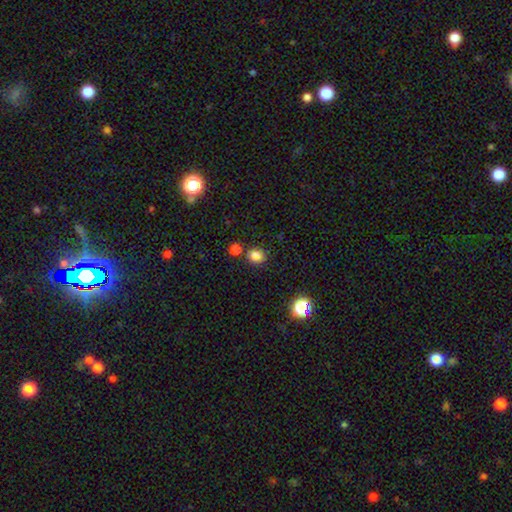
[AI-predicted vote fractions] Smooth or featured?
  - smooth: 80% *
  - star or artifact: 14%
  - featured or disk: 6%
How rounded?
  - round: 67% *
  - in between: 32%
  - cigar-shaped: 1%
Merging?
  - none: 76% *
  - merger: 11%
  - minor disturbance: 10%
  - major disturbance: 3%